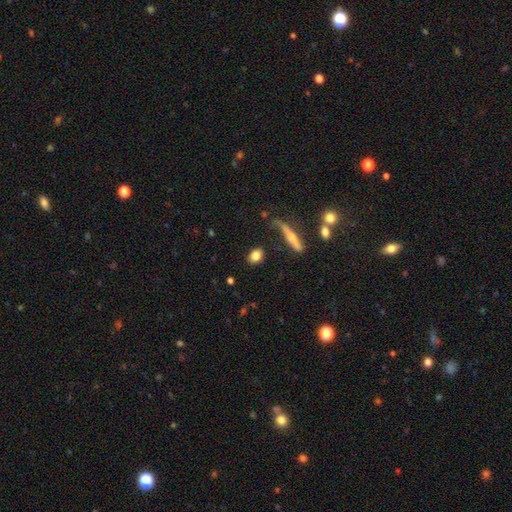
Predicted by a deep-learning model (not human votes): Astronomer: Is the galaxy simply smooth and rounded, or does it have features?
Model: smooth — 81%.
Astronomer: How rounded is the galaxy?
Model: in between — 66%.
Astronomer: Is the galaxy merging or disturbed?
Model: none — 81%.